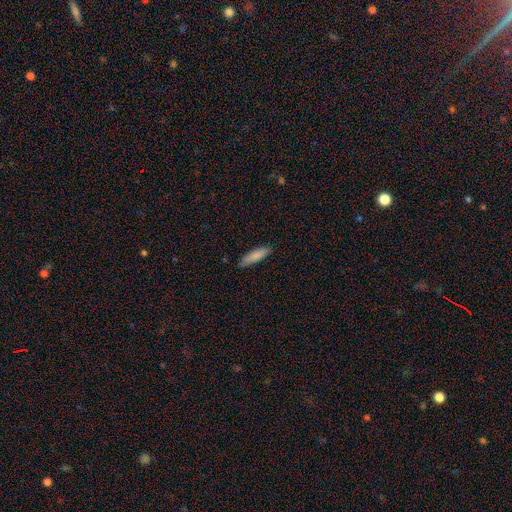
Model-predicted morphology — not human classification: This is clearly a smooth galaxy (83%). How rounded: likely cigar-shaped (68%). Merging: clearly none (85%).